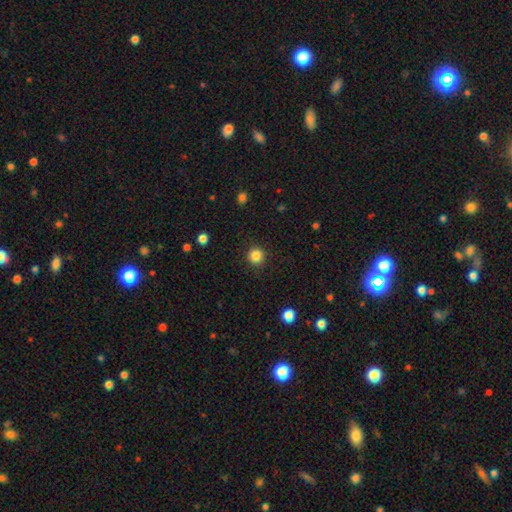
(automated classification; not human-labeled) A smooth galaxy with no disk features (85%) that is round (94%).

Vote fractions:
- Smooth or featured? smooth: 85% / star or artifact: 11% / featured or disk: 4%
- How rounded? round: 94% / in between: 5% / cigar-shaped: 1%
- Merging? none: 91% / minor disturbance: 6% / major disturbance: 2% / merger: 1%